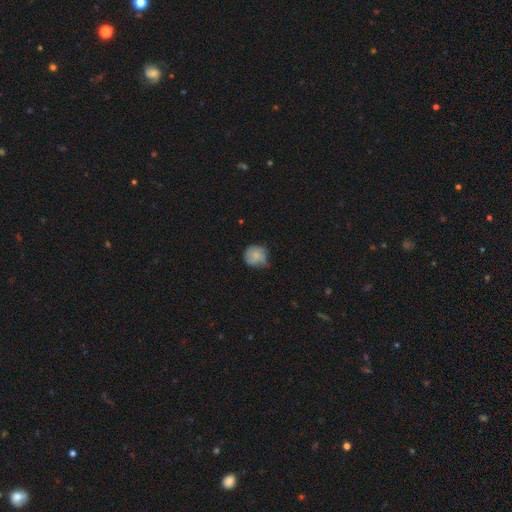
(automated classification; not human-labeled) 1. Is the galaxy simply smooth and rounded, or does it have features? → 73% smooth, 18% featured or disk, 8% star or artifact.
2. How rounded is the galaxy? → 84% round, 15% in between, 1% cigar-shaped.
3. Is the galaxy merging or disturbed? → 52% none, 37% minor disturbance, 9% major disturbance, 2% merger.